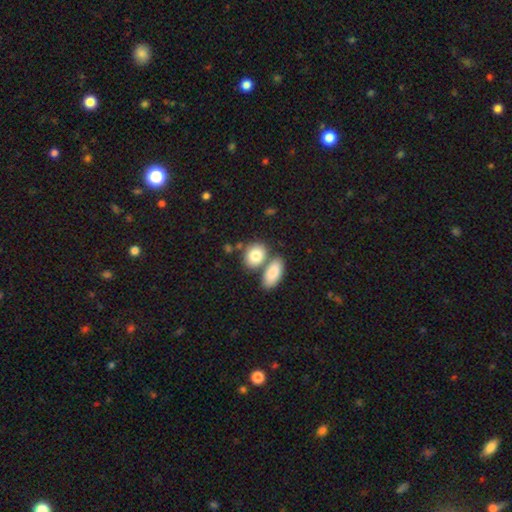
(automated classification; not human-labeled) Overall: smooth (82%). How rounded: in between (70%). Merging: none (50%; merger 37%).